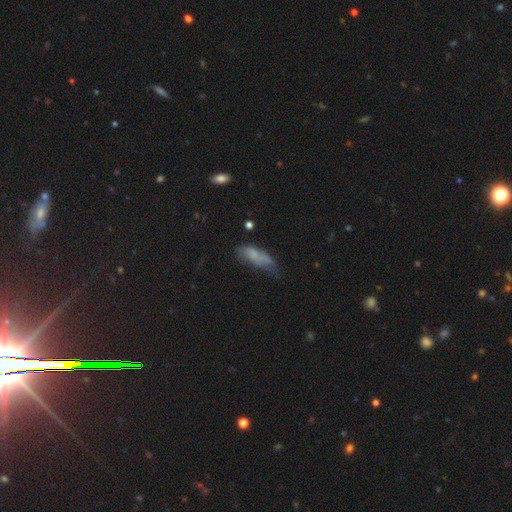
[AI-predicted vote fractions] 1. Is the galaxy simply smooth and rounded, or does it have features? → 66% smooth, 23% featured or disk, 11% star or artifact.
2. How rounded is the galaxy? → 61% in between, 37% cigar-shaped, 2% round.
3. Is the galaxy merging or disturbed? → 37% none, 35% minor disturbance, 23% major disturbance, 5% merger.